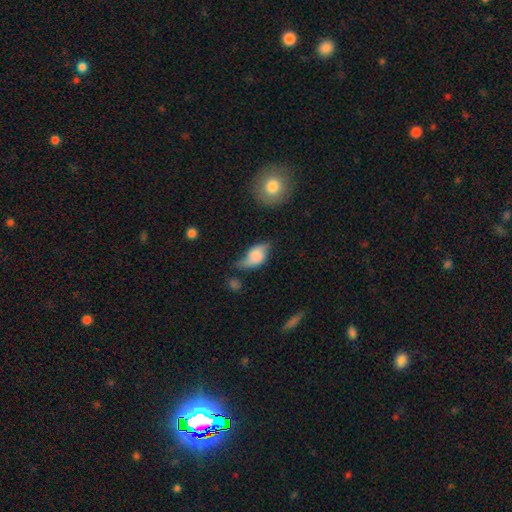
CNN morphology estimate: smooth_or_featured: smooth (p=0.54) [alt: featured or disk p=0.37]
how_rounded: in between (p=0.86) [alt: round p=0.09]
merging: minor disturbance (p=0.39) [alt: none p=0.36]